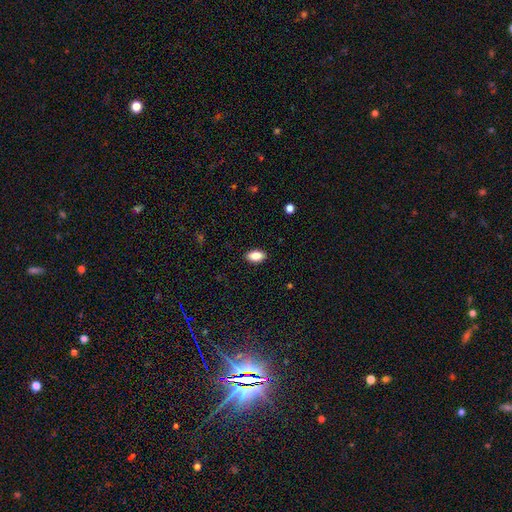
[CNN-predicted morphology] Smooth or featured? Predicted: smooth (p=0.86). How rounded? Predicted: in between (p=0.92). Merging? Predicted: none (p=0.90).